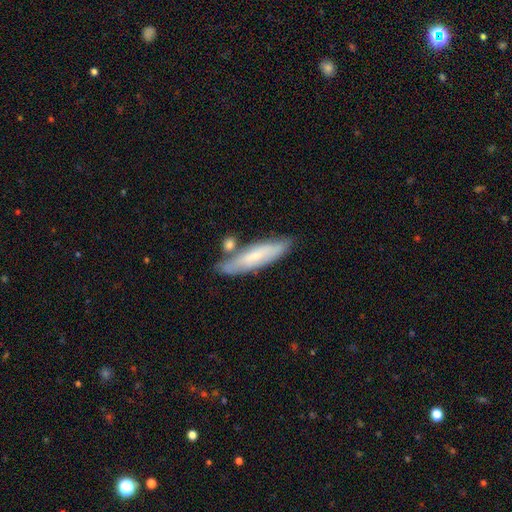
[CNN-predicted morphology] Smooth or featured: smooth — 53% (featured or disk — 40%)
How rounded: cigar-shaped — 71% (in between — 28%)
Merging: none — 66% (minor disturbance — 17%)